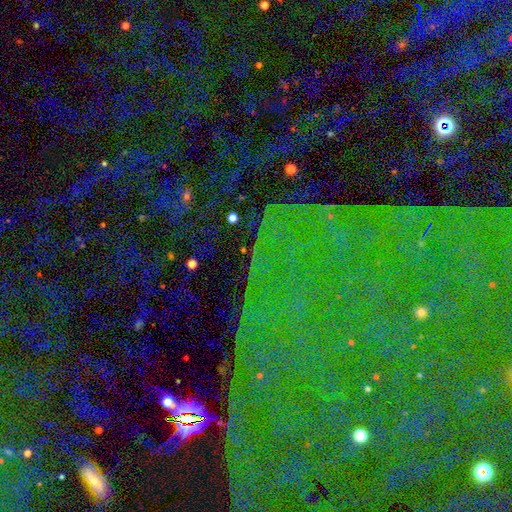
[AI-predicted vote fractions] star or artifact 85%, featured or disk 8%, smooth 7%.